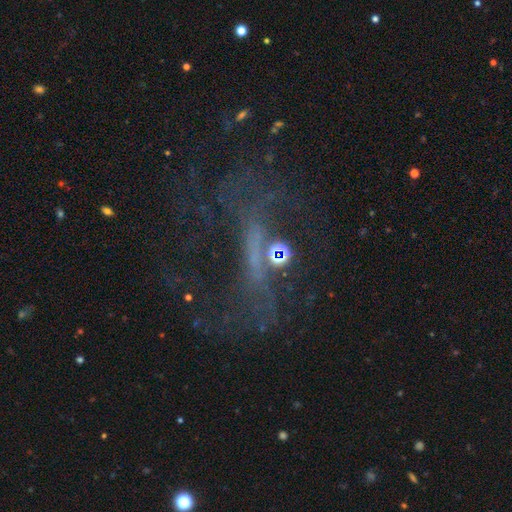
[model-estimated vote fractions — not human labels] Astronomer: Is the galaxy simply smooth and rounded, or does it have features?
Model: featured or disk — 49% (runner-up: star or artifact, 36%).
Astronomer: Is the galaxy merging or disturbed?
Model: none — 41% (runner-up: major disturbance, 37%).